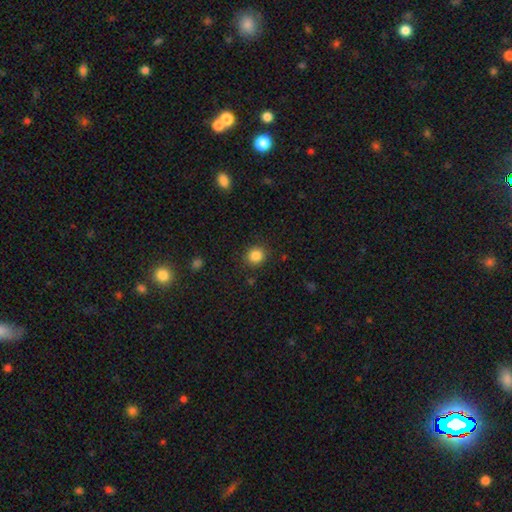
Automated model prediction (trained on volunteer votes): smooth 85%, star or artifact 11%, featured or disk 4%. Down the decision tree: how rounded — round (88%); merging — none (89%).